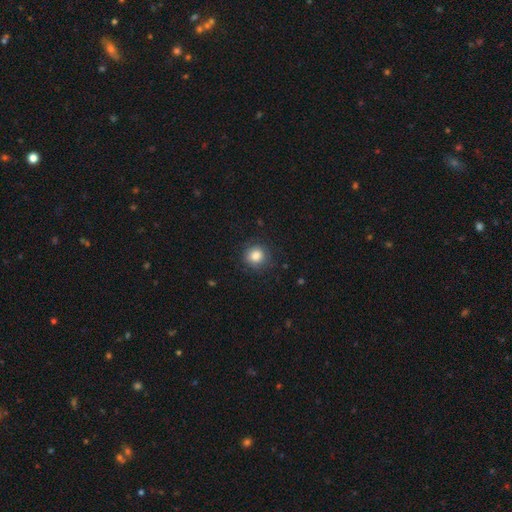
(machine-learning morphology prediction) Smooth or featured?
  - smooth: 84% *
  - star or artifact: 9%
  - featured or disk: 7%
How rounded?
  - round: 89% *
  - in between: 10%
  - cigar-shaped: 1%
Merging?
  - none: 83% *
  - minor disturbance: 12%
  - major disturbance: 4%
  - merger: 1%